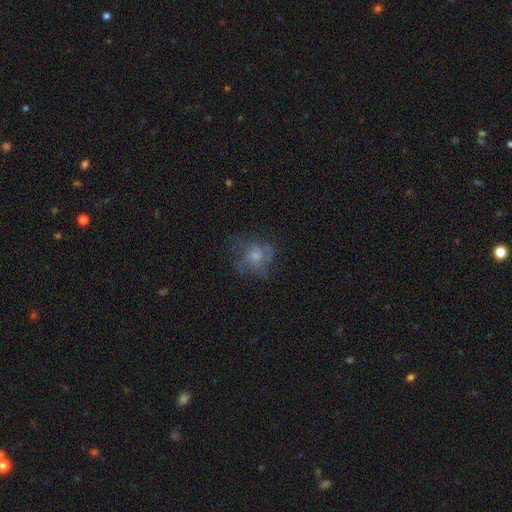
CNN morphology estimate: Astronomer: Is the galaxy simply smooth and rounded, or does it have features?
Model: featured or disk — 45% (runner-up: smooth, 42%).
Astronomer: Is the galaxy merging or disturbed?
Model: none — 53%.